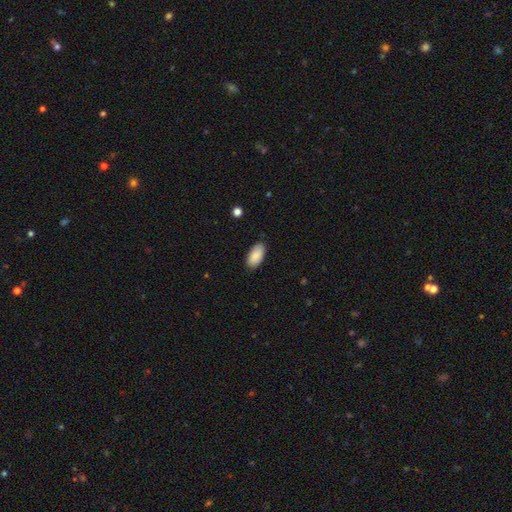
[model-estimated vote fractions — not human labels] Morphology: type=smooth (89%); roundness=in between (94%); merging=none (86%).